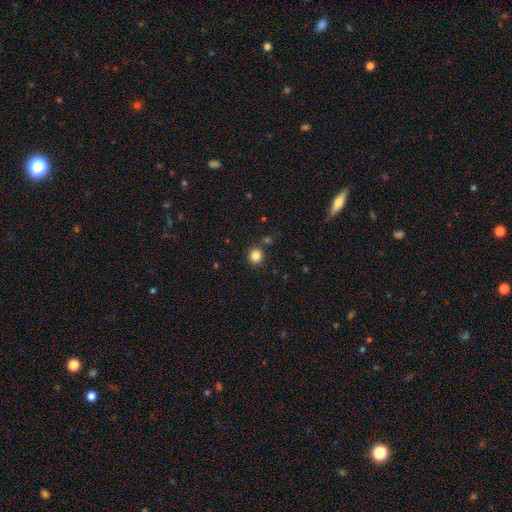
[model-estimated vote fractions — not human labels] smooth 84%, star or artifact 12%, featured or disk 4%. Down the decision tree: how rounded — round (91%); merging — none (86%).